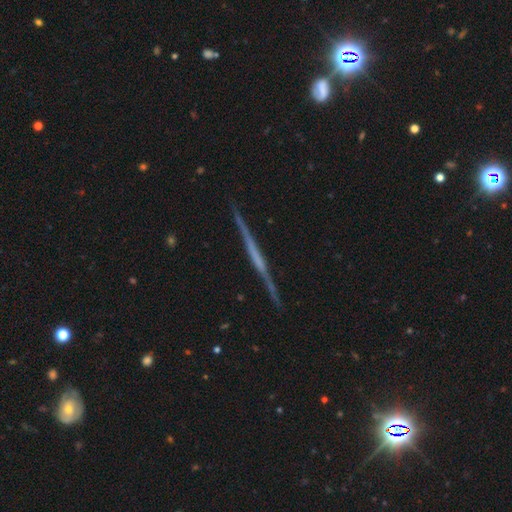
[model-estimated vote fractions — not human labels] A featured or disk galaxy (75%) viewed edge-on (98%) with no central bulge (69%). Merging: none (89%).